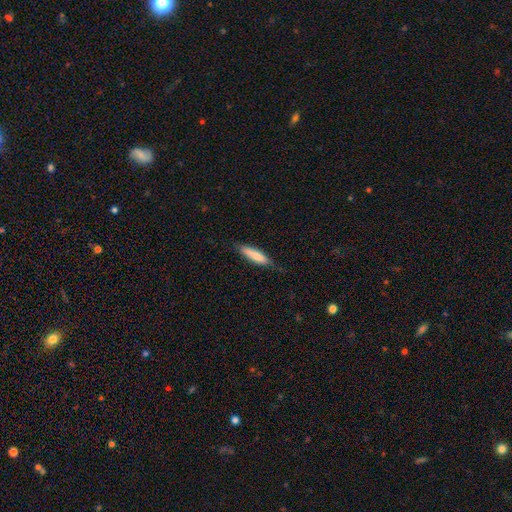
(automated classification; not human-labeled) Q: Smooth or featured?
A: smooth (77%); runner-up: featured or disk (17%)
Q: How rounded?
A: cigar-shaped (74%); runner-up: in between (24%)
Q: Merging?
A: none (75%); runner-up: minor disturbance (20%)